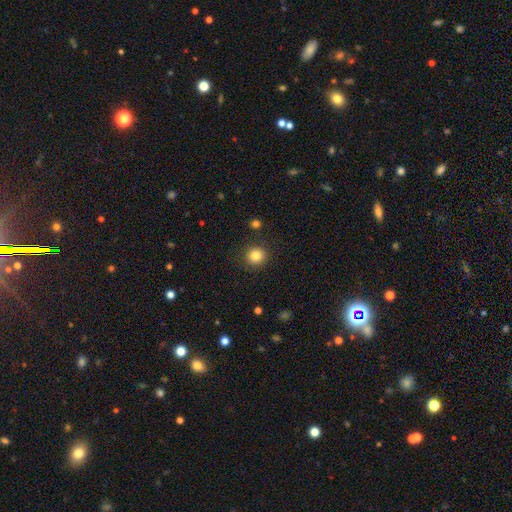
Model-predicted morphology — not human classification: Smooth or featured: smooth — 84% (star or artifact — 11%)
How rounded: round — 91% (in between — 8%)
Merging: none — 90% (minor disturbance — 6%)